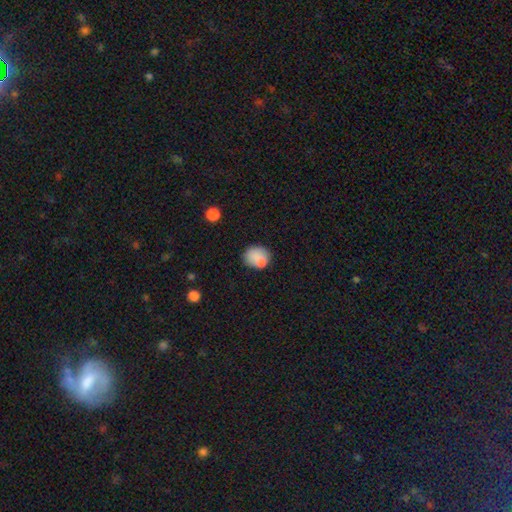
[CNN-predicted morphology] Q: Smooth or featured?
A: smooth (81%); runner-up: featured or disk (10%)
Q: How rounded?
A: round (61%); runner-up: in between (38%)
Q: Merging?
A: none (61%); runner-up: minor disturbance (19%)